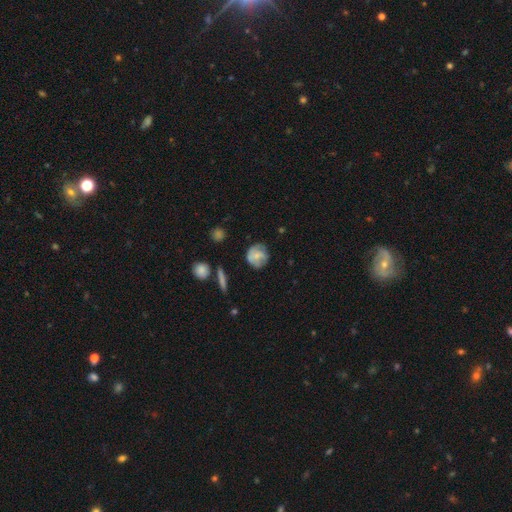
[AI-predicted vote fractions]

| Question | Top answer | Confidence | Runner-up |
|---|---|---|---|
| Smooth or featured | smooth | 50% | featured or disk (42%) |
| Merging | none | 63% | minor disturbance (24%) |